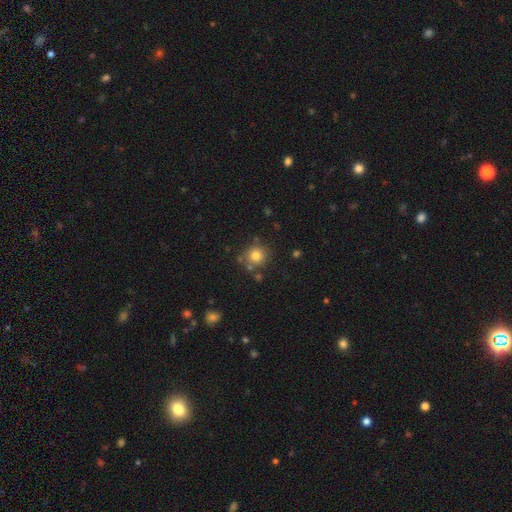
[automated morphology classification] type=smooth (79%); roundness=round (91%); merging=none (77%).